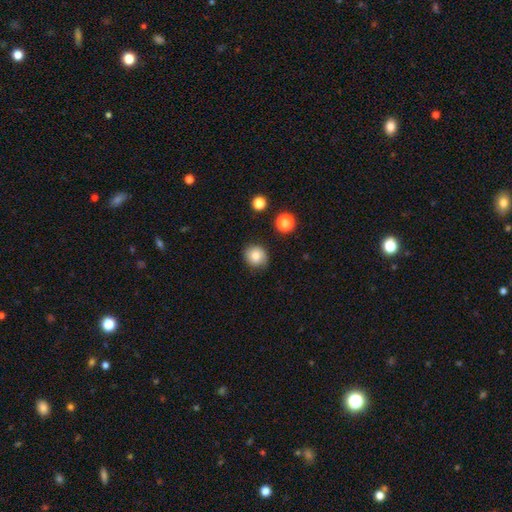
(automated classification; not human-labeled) smooth 80%, star or artifact 10%, featured or disk 10%. Down the decision tree: how rounded — round (81%); merging — none (81%).